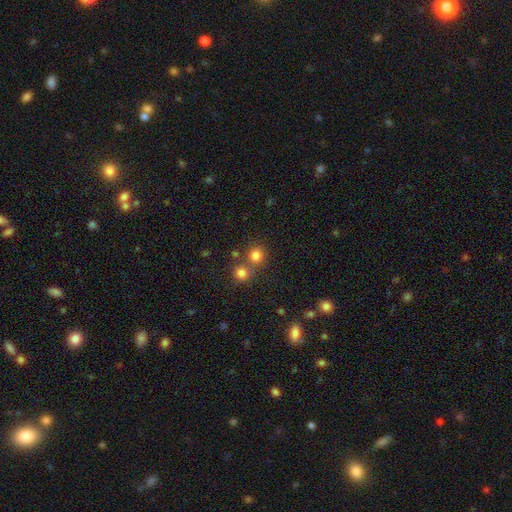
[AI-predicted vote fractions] This appears to be a smooth galaxy with no disk features (79%) that is round (90%). Merging: none (62%).